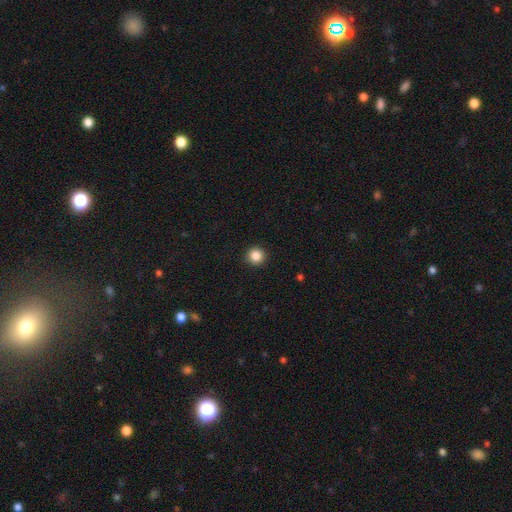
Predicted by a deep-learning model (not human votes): The model was most divided on "smooth or featured": smooth: 86%, star or artifact: 10%, featured or disk: 4%. More confident: how rounded — round (95%); merging — none (93%).